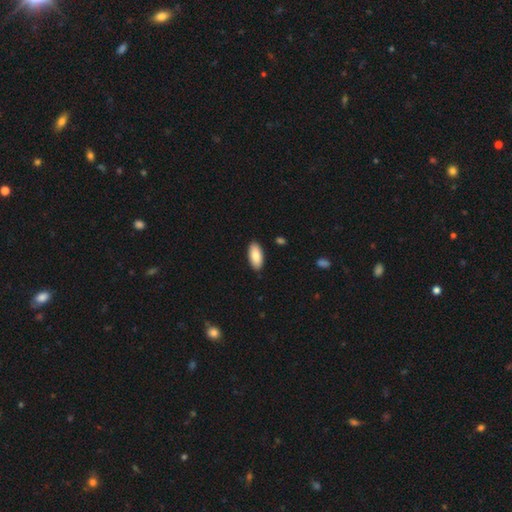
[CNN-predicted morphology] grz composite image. It shows a smooth galaxy with no disk features (86%) that is in between round and cigar-shaped (91%). Merging: none (89%).